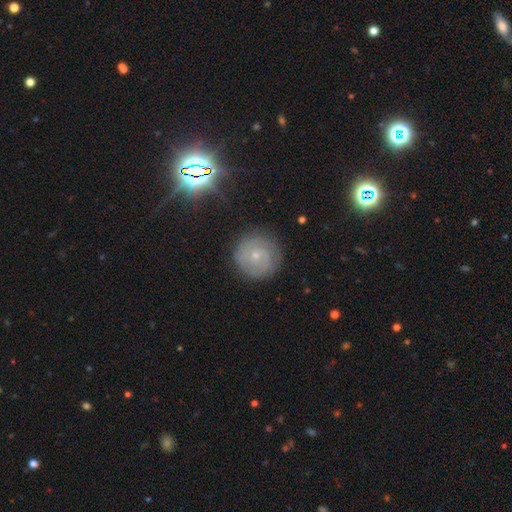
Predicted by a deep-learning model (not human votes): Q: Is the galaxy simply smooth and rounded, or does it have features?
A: featured or disk — 68%.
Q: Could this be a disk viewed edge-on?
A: no — 97%.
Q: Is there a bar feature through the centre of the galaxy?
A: no — 75%.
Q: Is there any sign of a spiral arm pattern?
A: yes — 89%.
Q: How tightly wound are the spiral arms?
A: tight — 71%.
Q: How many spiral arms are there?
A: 2 — 45%.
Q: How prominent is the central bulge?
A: small — 80%.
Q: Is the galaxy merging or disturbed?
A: none — 84%.